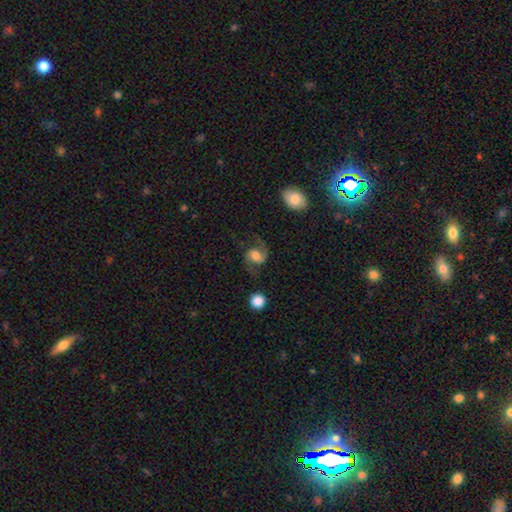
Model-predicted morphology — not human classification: Smooth or featured? Predicted: featured or disk (p=0.78). Edge-on disk? Predicted: no (p=0.98). Bar? Predicted: no (p=0.44). Spiral arms? Predicted: yes (p=0.96). Spiral winding? Predicted: medium (p=0.48). Spiral arm count? Predicted: 2 (p=0.93). Bulge size? Predicted: moderate (p=0.53). Merging? Predicted: none (p=0.72).